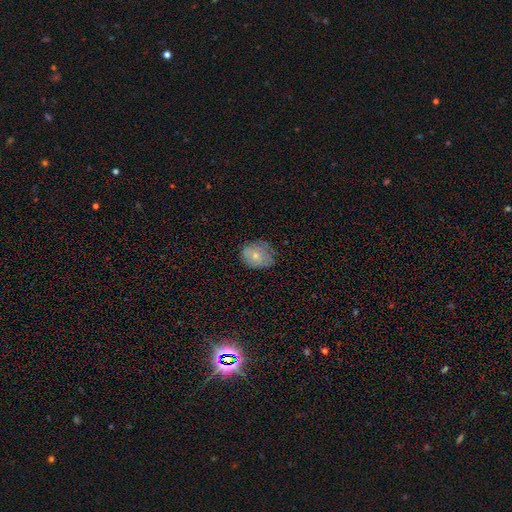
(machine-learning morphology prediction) Smooth or featured? smooth (70%)
How rounded? round (52%)
Merging? none (62%)